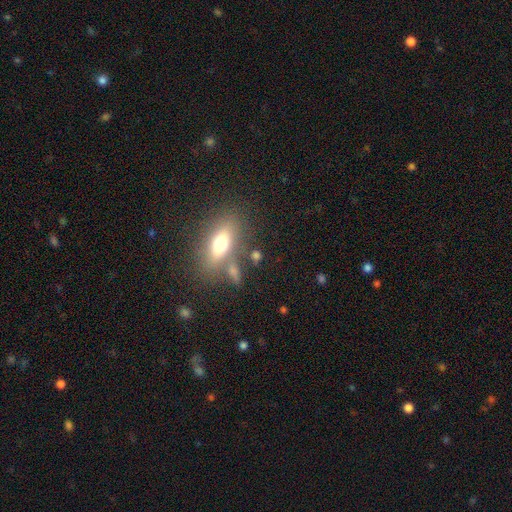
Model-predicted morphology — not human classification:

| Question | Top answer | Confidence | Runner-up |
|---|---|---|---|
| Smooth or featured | smooth | 65% | featured or disk (22%) |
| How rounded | in between | 57% | cigar-shaped (26%) |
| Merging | none | 67% | merger (14%) |